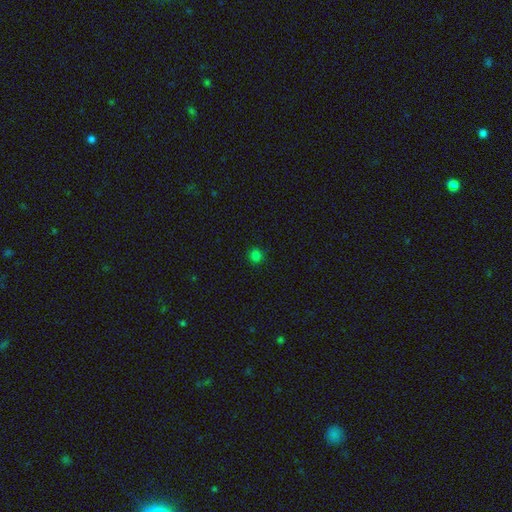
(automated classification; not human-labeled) Smooth or featured? Predicted: smooth (p=0.79). How rounded? Predicted: round (p=0.91). Merging? Predicted: none (p=0.91).